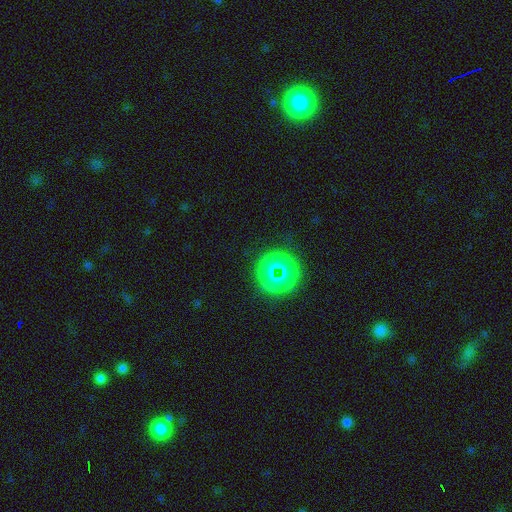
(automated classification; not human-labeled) Morphology: type=star or artifact (72%).